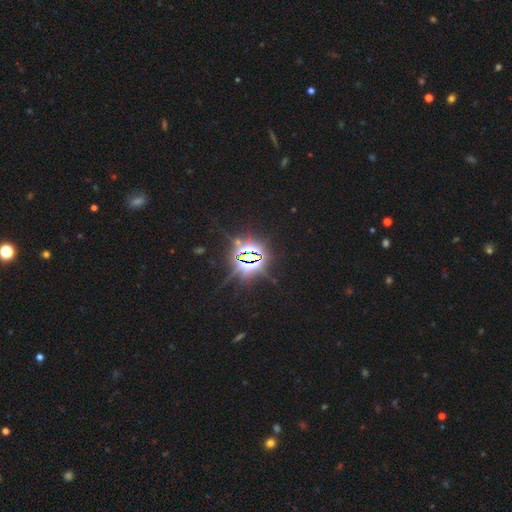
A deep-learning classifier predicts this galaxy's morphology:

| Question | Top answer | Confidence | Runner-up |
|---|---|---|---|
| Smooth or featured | star or artifact | 84% | smooth (9%) |